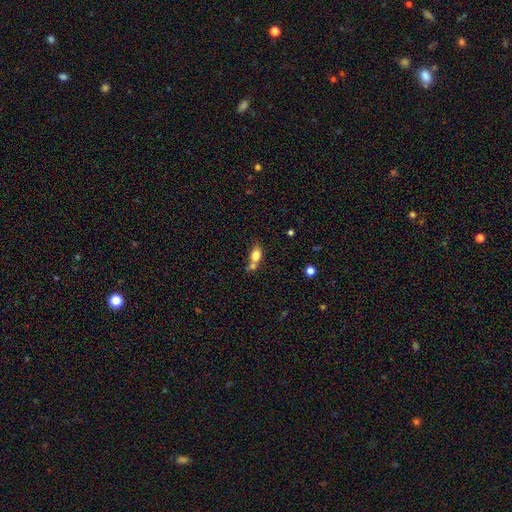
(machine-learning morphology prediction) Smooth or featured: smooth — 77% (featured or disk — 14%)
How rounded: in between — 73% (round — 23%)
Merging: merger — 46% (none — 35%)